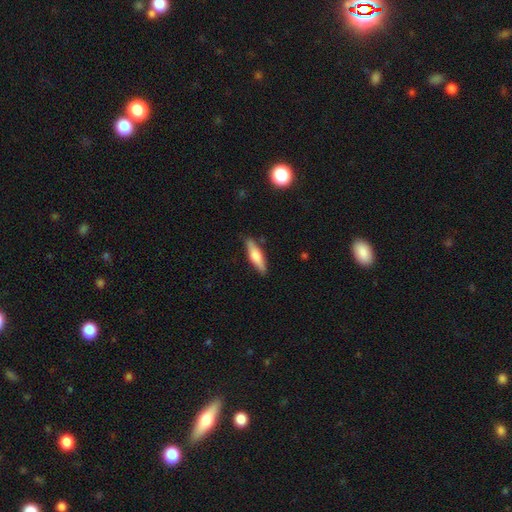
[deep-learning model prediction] The model was most divided on "how rounded": cigar-shaped: 65%, in between: 33%, round: 2%. More confident: merging — none (84%); smooth or featured — smooth (64%).